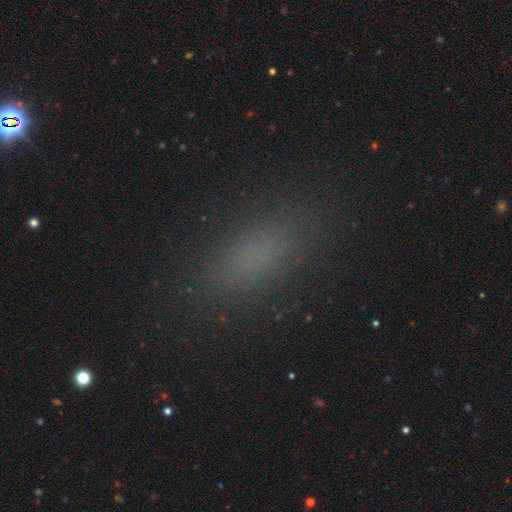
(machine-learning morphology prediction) smooth_or_featured: smooth (p=0.75) [alt: star or artifact p=0.17]
how_rounded: in between (p=0.73) [alt: cigar-shaped p=0.22]
merging: none (p=0.86) [alt: minor disturbance p=0.09]